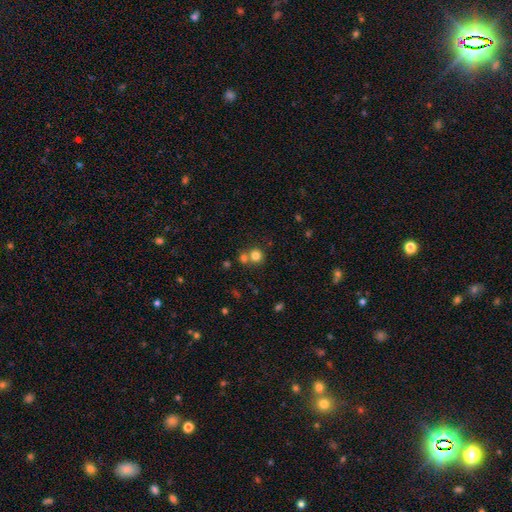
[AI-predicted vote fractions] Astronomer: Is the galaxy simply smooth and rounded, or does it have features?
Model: smooth — 79%.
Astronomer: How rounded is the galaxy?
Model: round — 87%.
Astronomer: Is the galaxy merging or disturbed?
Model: none — 55% (runner-up: merger, 35%).